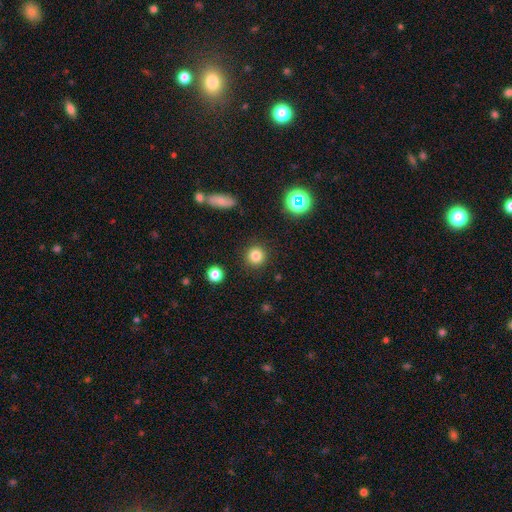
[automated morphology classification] smooth_or_featured: smooth (p=0.82) [alt: star or artifact p=0.13]
how_rounded: round (p=0.92) [alt: in between p=0.07]
merging: none (p=0.90) [alt: minor disturbance p=0.06]